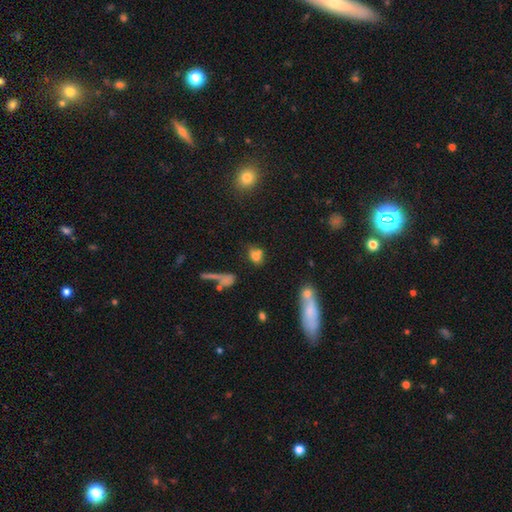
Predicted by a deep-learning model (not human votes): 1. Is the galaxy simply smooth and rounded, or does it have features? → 73% smooth, 15% star or artifact, 12% featured or disk.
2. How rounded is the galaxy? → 60% in between, 36% round, 4% cigar-shaped.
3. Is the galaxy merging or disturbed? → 50% none, 27% merger, 16% minor disturbance, 8% major disturbance.